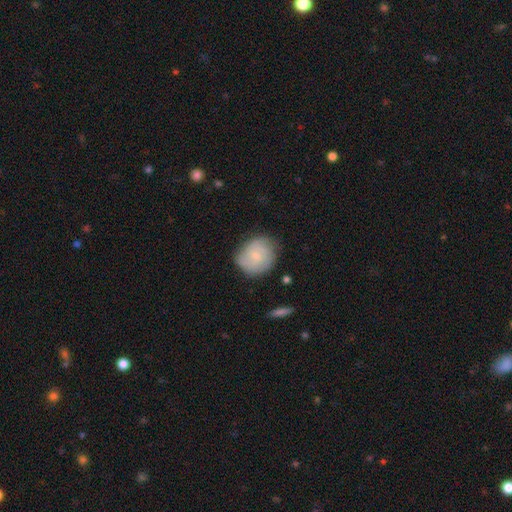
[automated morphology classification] This is possibly a smooth galaxy (48%). Merging: likely none (71%).